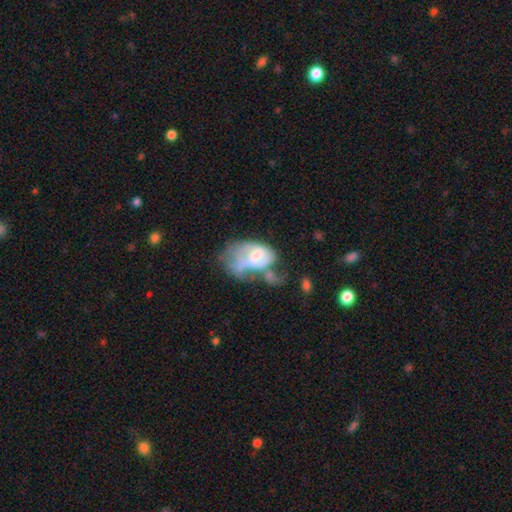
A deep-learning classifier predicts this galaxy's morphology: Overall: featured or disk (52%; smooth 40%). Edge-on disk: no (97%). Merging: major disturbance (41%; merger 26%).